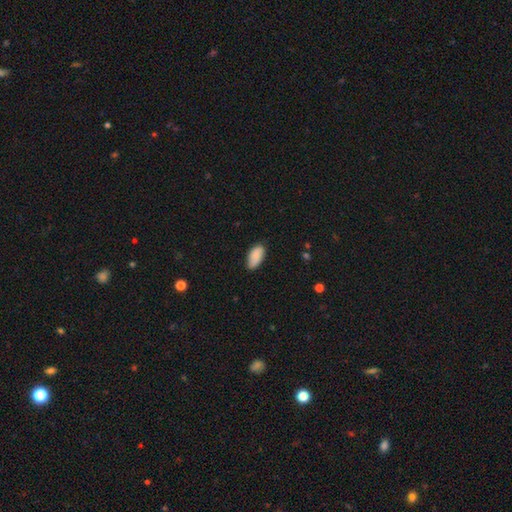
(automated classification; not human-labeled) Smooth or featured? Predicted: smooth (p=0.84). How rounded? Predicted: in between (p=0.93). Merging? Predicted: none (p=0.77).